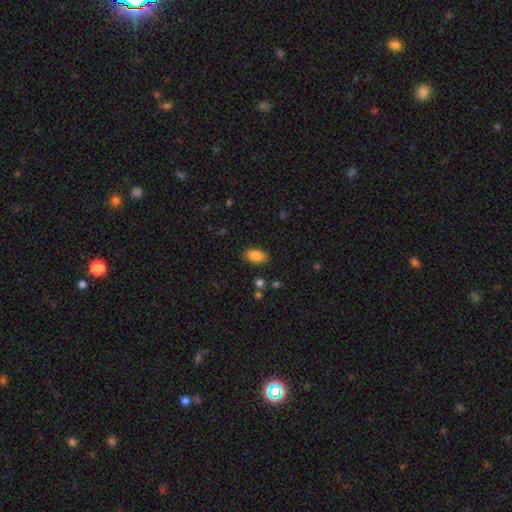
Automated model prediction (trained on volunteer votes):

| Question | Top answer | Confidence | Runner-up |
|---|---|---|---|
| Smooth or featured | smooth | 85% | star or artifact (8%) |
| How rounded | in between | 92% | round (6%) |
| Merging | none | 86% | minor disturbance (10%) |